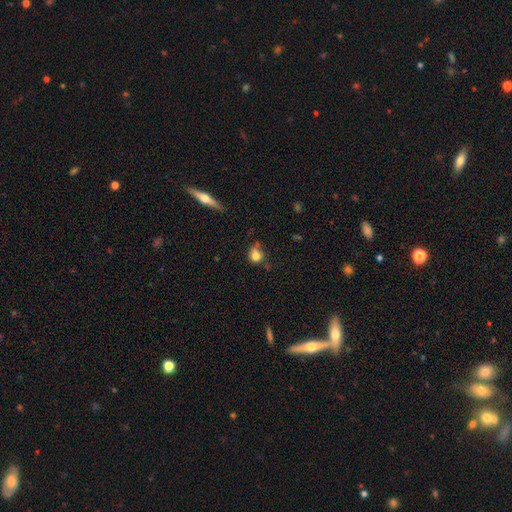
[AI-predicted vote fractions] Q: Smooth or featured?
A: smooth (77%); runner-up: star or artifact (12%)
Q: How rounded?
A: round (67%); runner-up: in between (31%)
Q: Merging?
A: none (48%); runner-up: minor disturbance (26%)